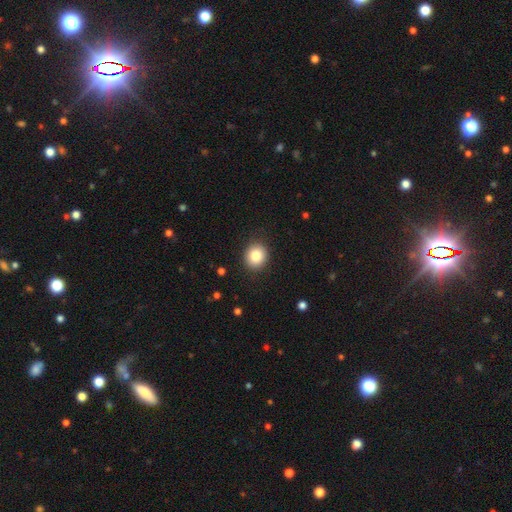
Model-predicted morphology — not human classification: Smooth or featured?
  - smooth: 83% *
  - star or artifact: 9%
  - featured or disk: 7%
How rounded?
  - round: 75% *
  - in between: 24%
  - cigar-shaped: 1%
Merging?
  - none: 89% *
  - minor disturbance: 8%
  - major disturbance: 2%
  - merger: 1%